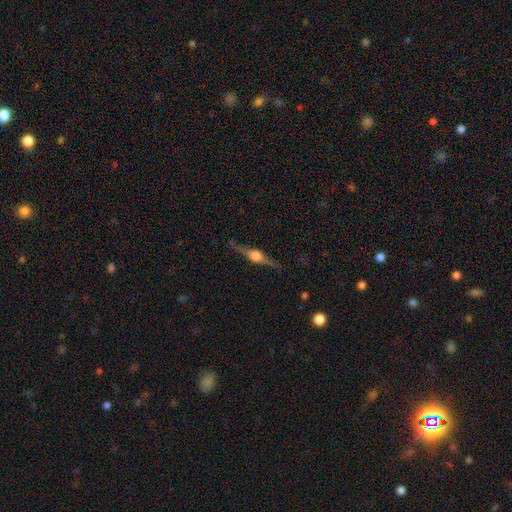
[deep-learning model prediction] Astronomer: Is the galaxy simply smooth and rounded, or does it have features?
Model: featured or disk — 83%.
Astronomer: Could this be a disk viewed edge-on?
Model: yes — 98%.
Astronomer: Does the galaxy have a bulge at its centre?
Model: rounded — 90%.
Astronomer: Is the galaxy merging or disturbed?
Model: none — 86%.